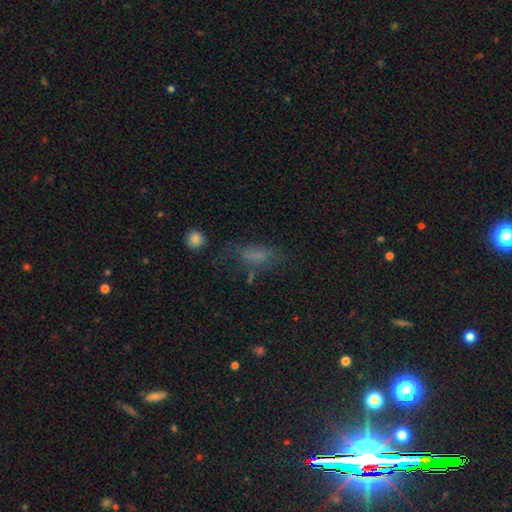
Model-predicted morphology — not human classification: Smooth or featured? Predicted: smooth (p=0.63). How rounded? Predicted: in between (p=0.70). Merging? Predicted: none (p=0.49).